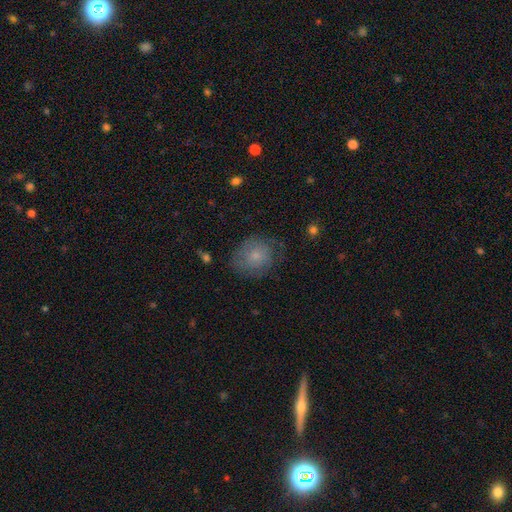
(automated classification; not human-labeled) Smooth or featured?
  - smooth: 63% *
  - featured or disk: 27%
  - star or artifact: 9%
How rounded?
  - round: 69% *
  - in between: 30%
  - cigar-shaped: 1%
Merging?
  - none: 65% *
  - minor disturbance: 24%
  - major disturbance: 11%
  - merger: 1%